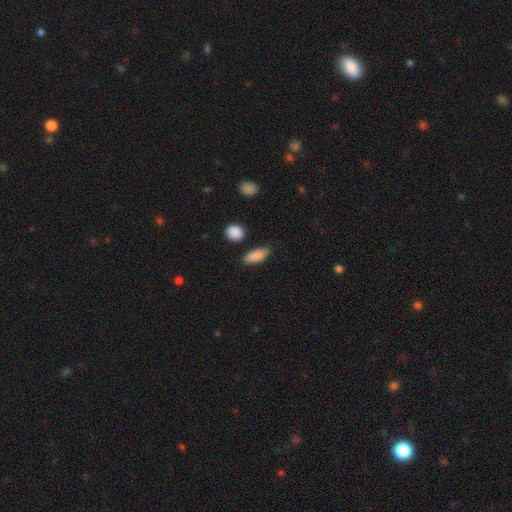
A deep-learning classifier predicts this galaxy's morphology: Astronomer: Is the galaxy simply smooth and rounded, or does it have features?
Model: smooth — 88%.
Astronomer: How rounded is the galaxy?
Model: in between — 73%.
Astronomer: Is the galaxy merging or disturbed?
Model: none — 81%.